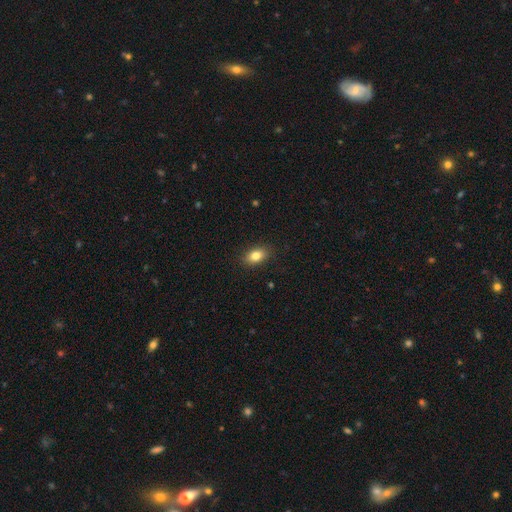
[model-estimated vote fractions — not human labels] Smooth or featured: smooth — 83% (star or artifact — 9%)
How rounded: in between — 85% (round — 12%)
Merging: none — 88% (minor disturbance — 9%)